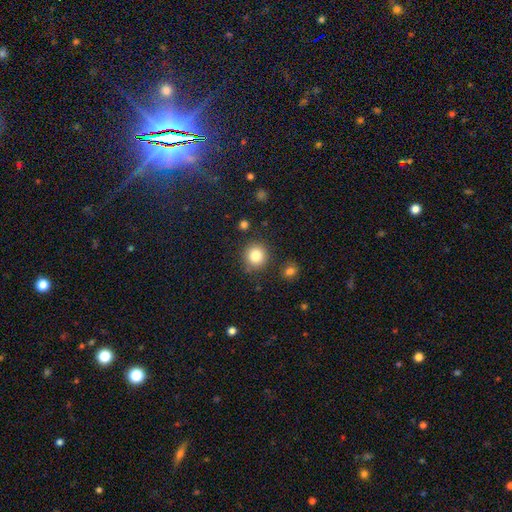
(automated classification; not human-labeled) smooth-or-featured: smooth: 84% | star or artifact: 10% | featured or disk: 6%
  how-rounded: round: 91% | in between: 8% | cigar-shaped: 1%
  merging: none: 85% | minor disturbance: 8% | merger: 4% | major disturbance: 3%